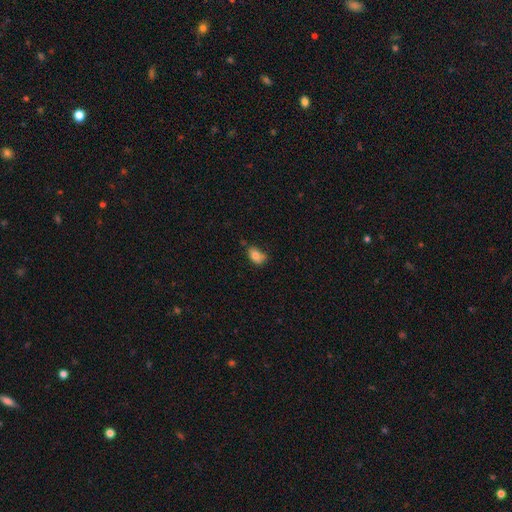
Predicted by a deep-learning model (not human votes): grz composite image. It shows a smooth galaxy with no disk features (79%) that is in between round and cigar-shaped (82%). Merging: none (56%).